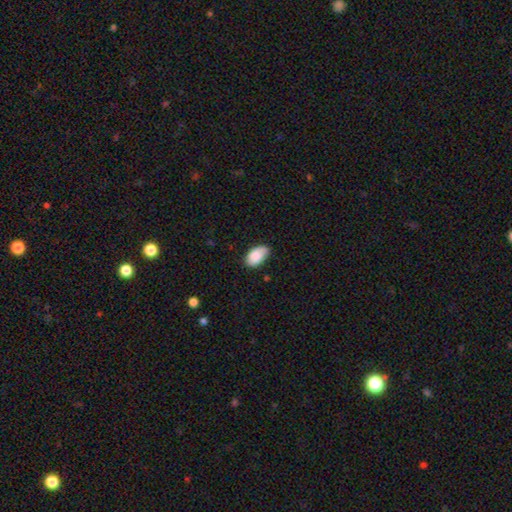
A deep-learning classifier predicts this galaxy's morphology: smooth-or-featured: smooth: 84% | featured or disk: 10% | star or artifact: 7%
  how-rounded: in between: 94% | round: 5% | cigar-shaped: 1%
  merging: none: 65% | minor disturbance: 29% | major disturbance: 5% | merger: 2%